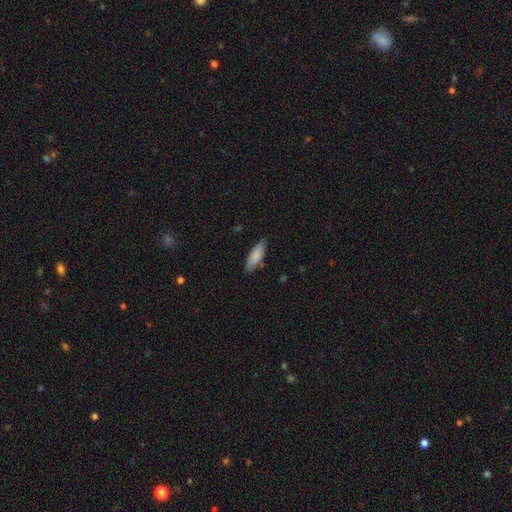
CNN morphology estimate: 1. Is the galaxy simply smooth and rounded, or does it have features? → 83% smooth, 11% featured or disk, 6% star or artifact.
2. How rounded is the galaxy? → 59% in between, 40% cigar-shaped, 2% round.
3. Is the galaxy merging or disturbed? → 79% none, 16% minor disturbance, 3% major disturbance, 2% merger.